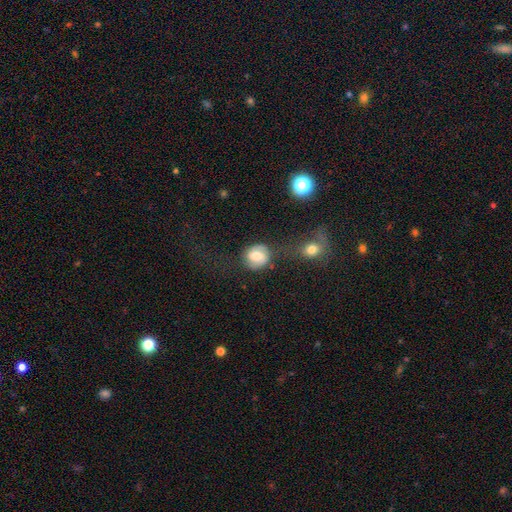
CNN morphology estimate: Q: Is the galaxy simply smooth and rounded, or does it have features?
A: smooth — 56%.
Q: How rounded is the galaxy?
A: round — 79%.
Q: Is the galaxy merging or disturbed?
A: none — 65%.